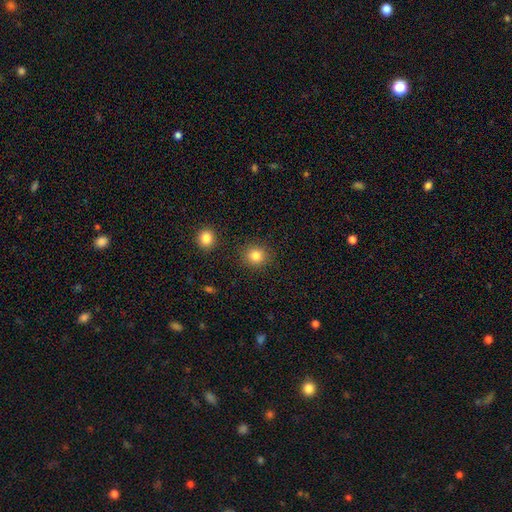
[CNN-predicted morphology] A smooth galaxy with no disk features (83%) that is round (89%). Merging: none (89%).